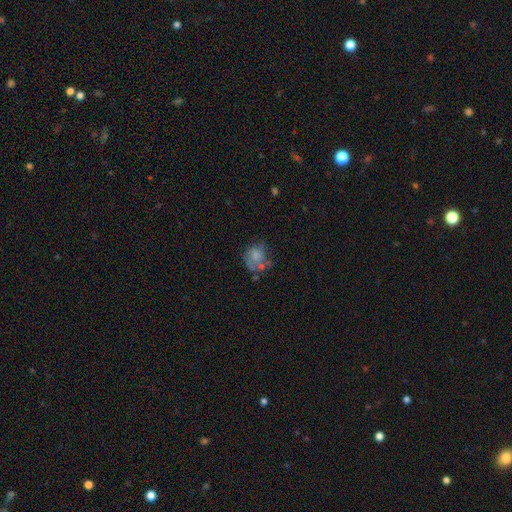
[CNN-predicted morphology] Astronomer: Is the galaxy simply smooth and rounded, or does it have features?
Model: smooth — 52% (runner-up: featured or disk, 36%).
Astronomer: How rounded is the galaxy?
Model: round — 56% (runner-up: in between, 43%).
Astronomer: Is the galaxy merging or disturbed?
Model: none — 35% (runner-up: major disturbance, 25%).